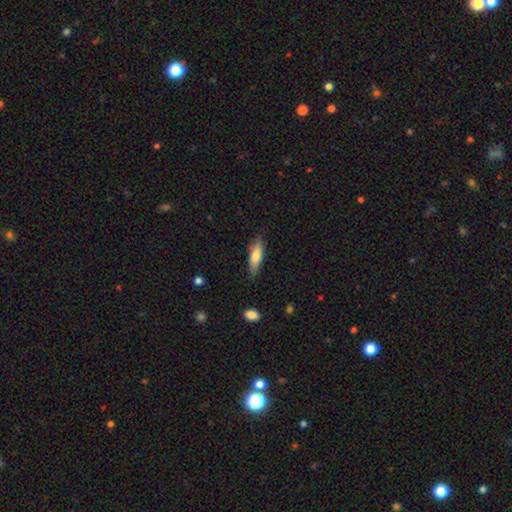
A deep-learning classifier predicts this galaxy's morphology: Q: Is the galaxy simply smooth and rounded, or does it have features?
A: smooth — 72%.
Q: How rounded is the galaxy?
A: cigar-shaped — 53%.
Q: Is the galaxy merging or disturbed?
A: none — 82%.